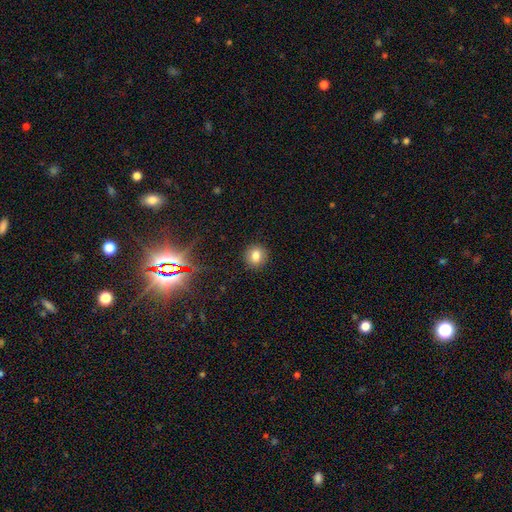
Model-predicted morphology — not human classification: This is likely a smooth galaxy (78%). How rounded: clearly round (87%). Merging: clearly none (90%).